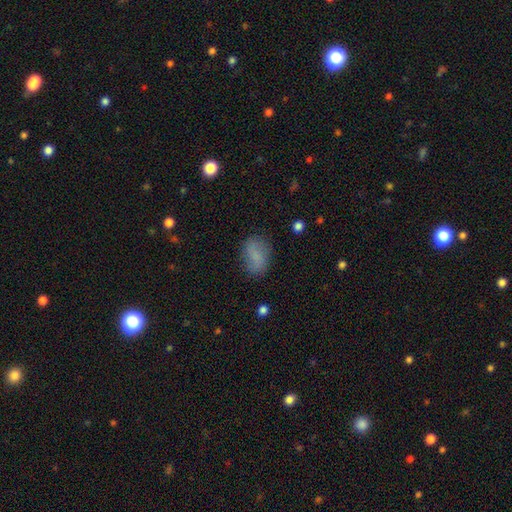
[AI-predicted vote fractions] A smooth galaxy with no disk features (76%) that is in between round and cigar-shaped (83%).

Vote fractions:
- Smooth or featured? smooth: 76% / featured or disk: 14% / star or artifact: 10%
- How rounded? in between: 83% / round: 15% / cigar-shaped: 2%
- Merging? none: 76% / minor disturbance: 17% / major disturbance: 6% / merger: 2%